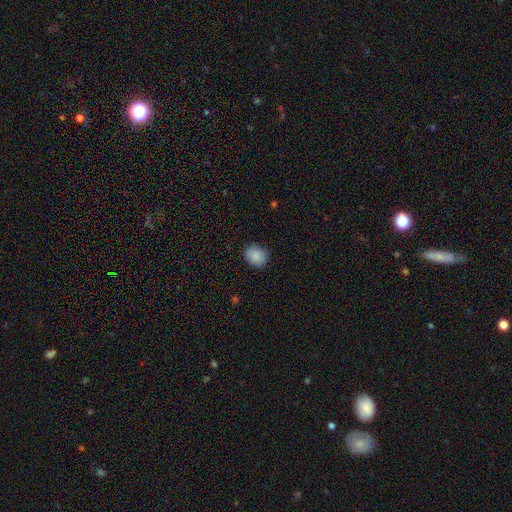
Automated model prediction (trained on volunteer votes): Morphology: type=smooth (88%); roundness=round (63%); merging=none (87%).